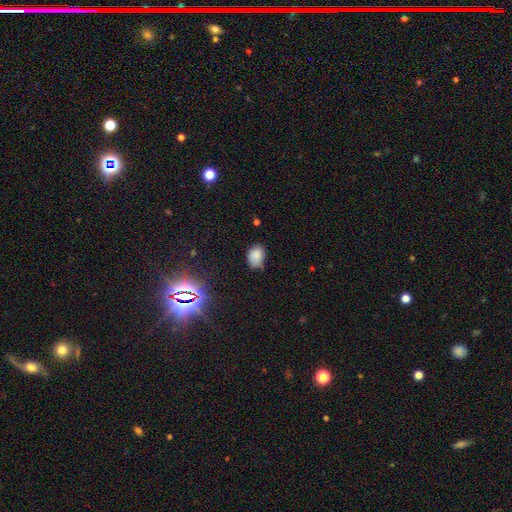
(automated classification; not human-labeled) Smooth or featured? smooth (80%)
How rounded? in between (76%)
Merging? none (57%)